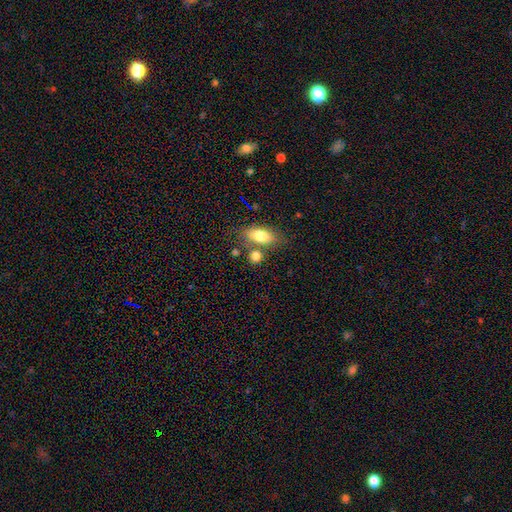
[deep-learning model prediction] smooth_or_featured: smooth (p=0.79) [alt: featured or disk p=0.12]
how_rounded: in between (p=0.52) [alt: round p=0.41]
merging: none (p=0.60) [alt: merger p=0.23]